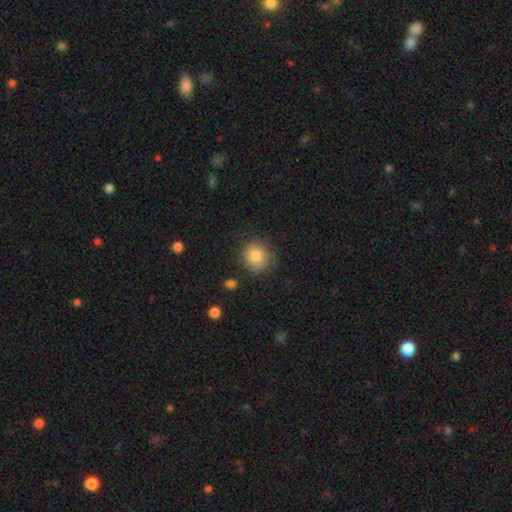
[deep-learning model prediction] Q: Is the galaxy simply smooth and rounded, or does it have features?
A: smooth — 82%.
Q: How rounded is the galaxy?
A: round — 88%.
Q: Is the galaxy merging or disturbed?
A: none — 78%.